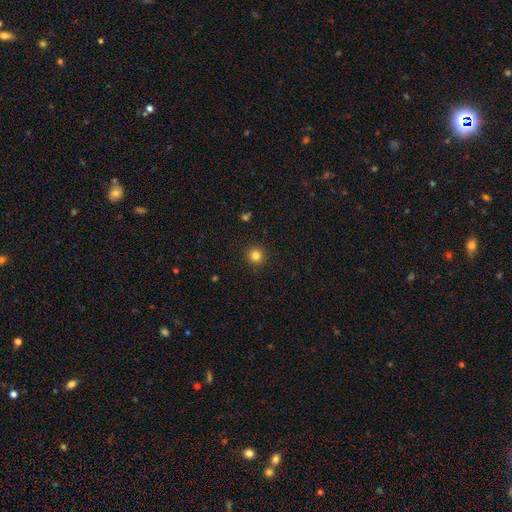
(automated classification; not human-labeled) A smooth galaxy with no disk features (83%) that is round (95%). Merging: none (92%).